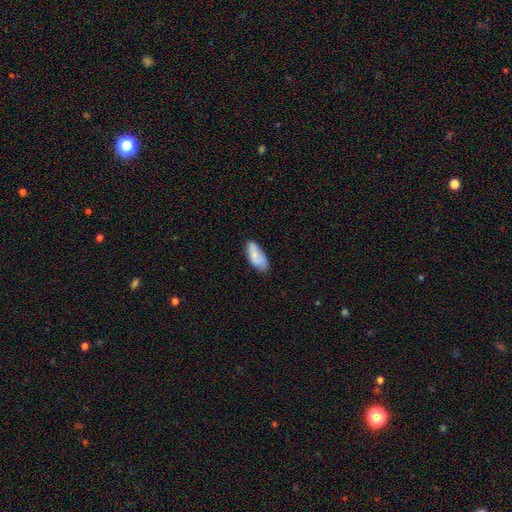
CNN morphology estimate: Smooth or featured? Predicted: smooth (p=0.79). How rounded? Predicted: in between (p=0.85). Merging? Predicted: none (p=0.67).